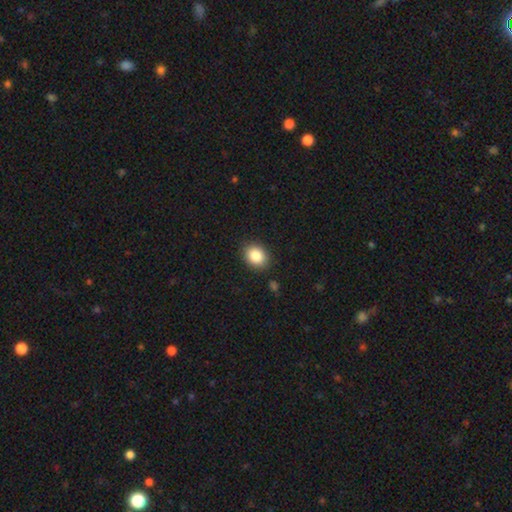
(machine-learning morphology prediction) This appears to be a smooth galaxy with no disk features (86%) that is in between round and cigar-shaped (51%). Merging: none (87%).